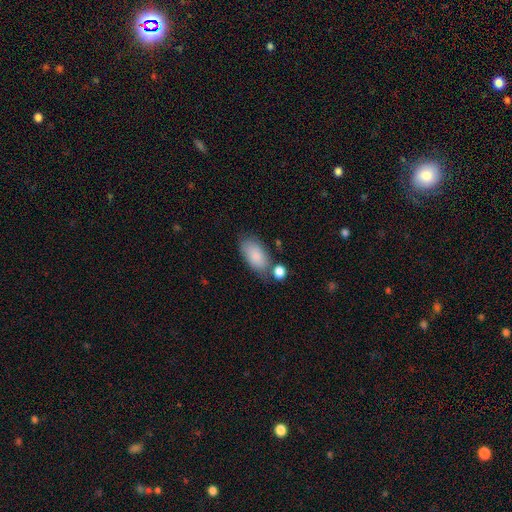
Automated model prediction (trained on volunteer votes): A smooth galaxy with no disk features (85%) that is in between round and cigar-shaped (93%).

Vote fractions:
- Smooth or featured? smooth: 85% / featured or disk: 9% / star or artifact: 6%
- How rounded? in between: 93% / round: 4% / cigar-shaped: 3%
- Merging? none: 61% / minor disturbance: 19% / merger: 14% / major disturbance: 6%